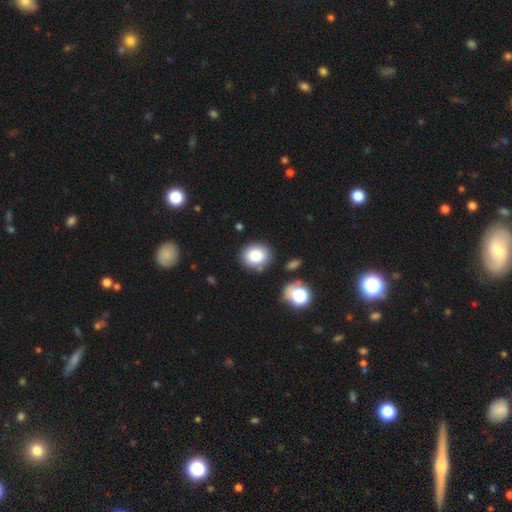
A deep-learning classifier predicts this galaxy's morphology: A smooth galaxy with no disk features (85%) that is round (69%). Merging: none (81%).